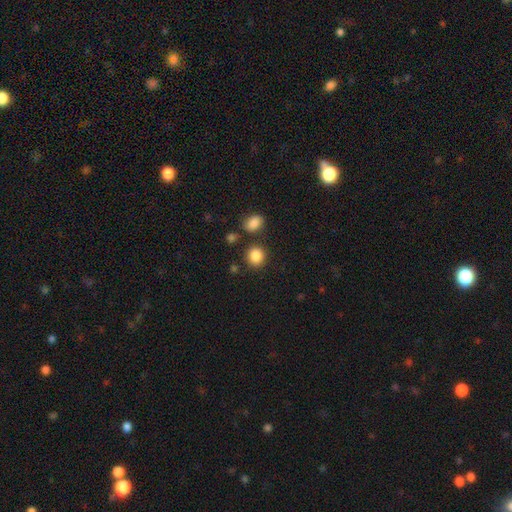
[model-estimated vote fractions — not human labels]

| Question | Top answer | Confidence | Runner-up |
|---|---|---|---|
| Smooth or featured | smooth | 87% | star or artifact (9%) |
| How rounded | round | 81% | in between (18%) |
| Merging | none | 82% | minor disturbance (9%) |